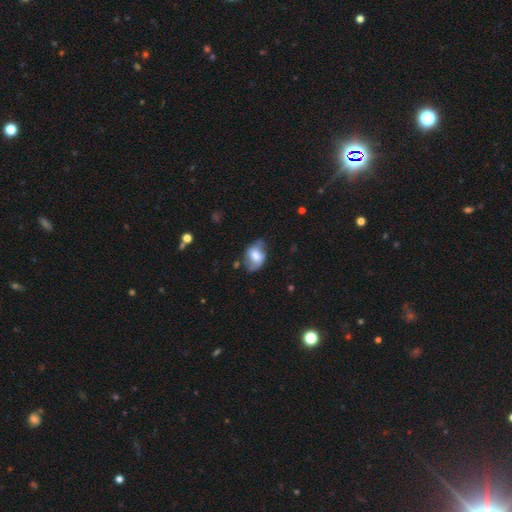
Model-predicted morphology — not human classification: A smooth galaxy with no disk features (53%) that is in between round and cigar-shaped (78%). Merging: none (56%).